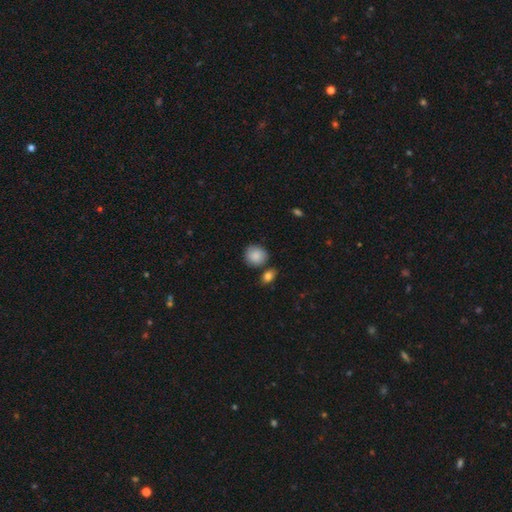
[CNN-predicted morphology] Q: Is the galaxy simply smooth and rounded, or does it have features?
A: smooth — 88%.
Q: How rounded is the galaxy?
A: round — 84%.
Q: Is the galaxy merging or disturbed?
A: none — 76%.